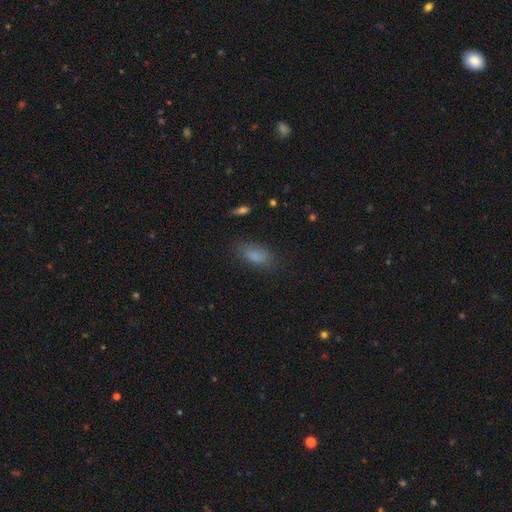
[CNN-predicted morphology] This appears to be a smooth galaxy with no disk features (83%) that is in between round and cigar-shaped (84%). Merging: none (79%).